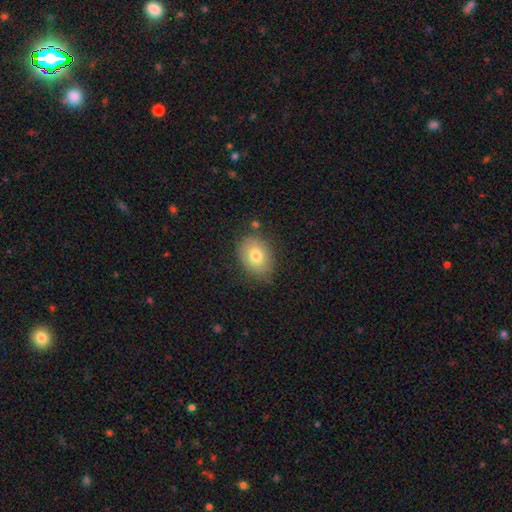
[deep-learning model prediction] A smooth galaxy with no disk features (76%) that is in between round and cigar-shaped (69%). Merging: none (76%).